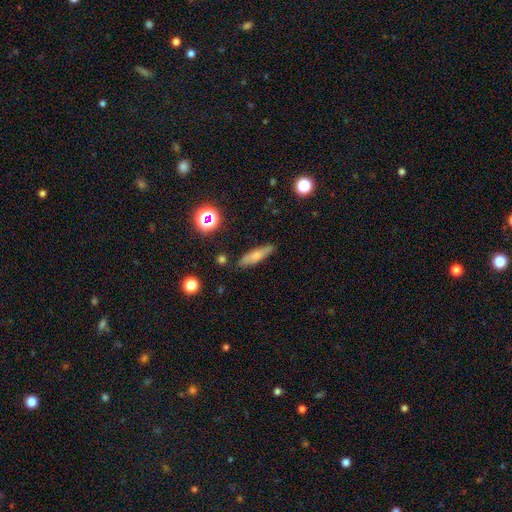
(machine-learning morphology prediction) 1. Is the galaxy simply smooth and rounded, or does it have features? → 66% smooth, 24% featured or disk, 10% star or artifact.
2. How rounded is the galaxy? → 69% cigar-shaped, 28% in between, 3% round.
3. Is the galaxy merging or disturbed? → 82% none, 13% minor disturbance, 3% major disturbance, 2% merger.